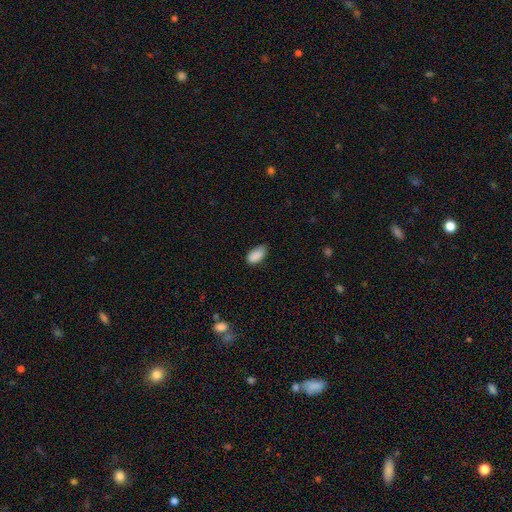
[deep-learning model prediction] A smooth galaxy with no disk features (89%) that is in between round and cigar-shaped (93%).

Vote fractions:
- Smooth or featured? smooth: 89% / star or artifact: 8% / featured or disk: 4%
- How rounded? in between: 93% / round: 4% / cigar-shaped: 3%
- Merging? none: 66% / minor disturbance: 28% / major disturbance: 4% / merger: 1%